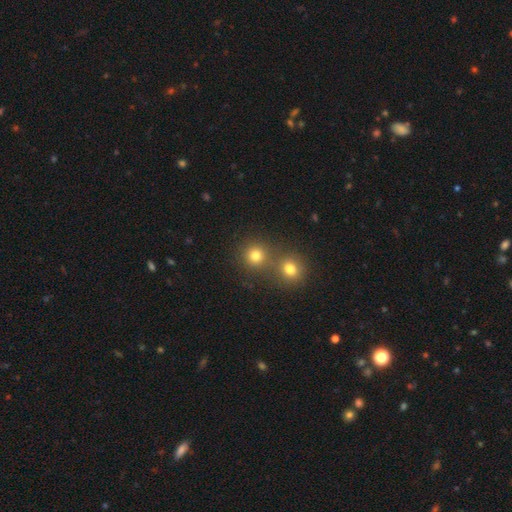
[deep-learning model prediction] smooth-or-featured: smooth: 78% | star or artifact: 15% | featured or disk: 6%
  how-rounded: round: 91% | in between: 8% | cigar-shaped: 1%
  merging: none: 63% | merger: 29% | minor disturbance: 6% | major disturbance: 3%